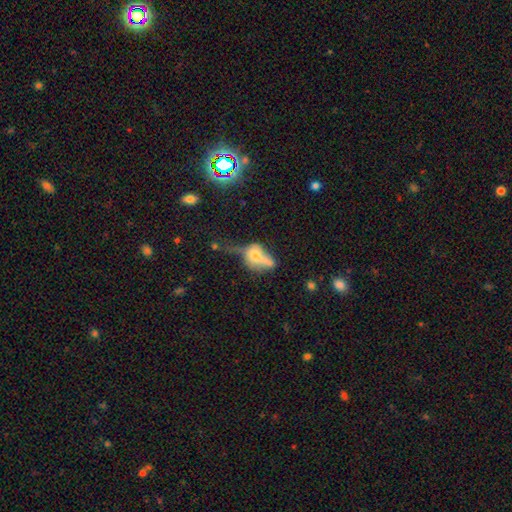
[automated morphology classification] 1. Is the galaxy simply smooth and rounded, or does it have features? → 45% smooth, 42% featured or disk, 13% star or artifact.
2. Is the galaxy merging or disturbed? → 31% major disturbance, 28% none, 22% minor disturbance, 19% merger.